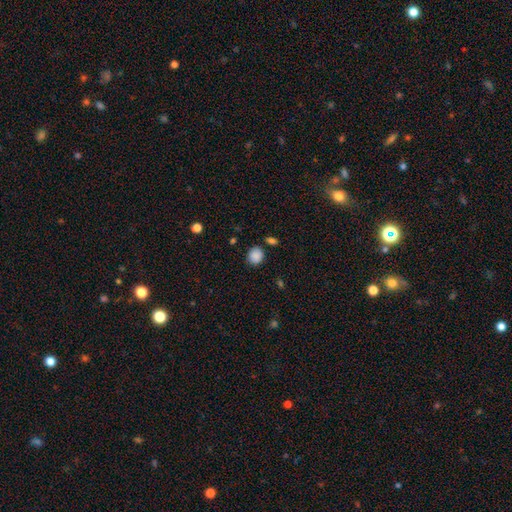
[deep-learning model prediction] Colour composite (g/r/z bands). It shows a smooth galaxy with no disk features (87%) that is round (71%). Merging: none (81%).